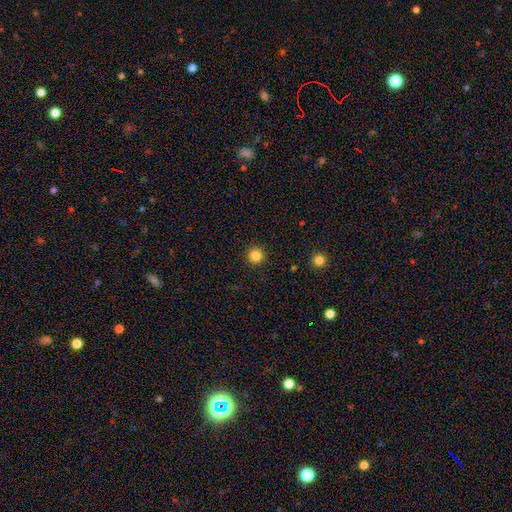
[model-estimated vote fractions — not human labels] Smooth or featured? Predicted: smooth (p=0.84). How rounded? Predicted: round (p=0.96). Merging? Predicted: none (p=0.93).